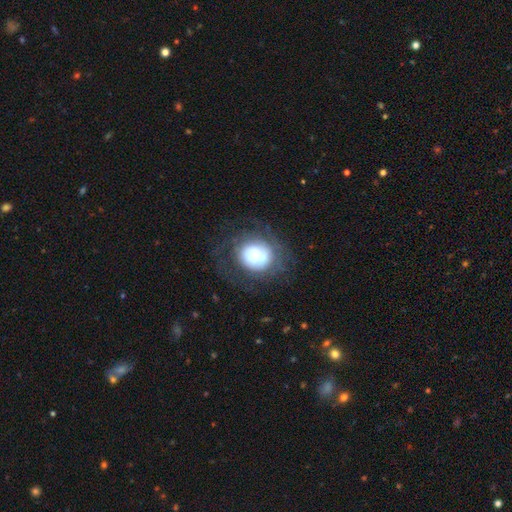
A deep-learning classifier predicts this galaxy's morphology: Q: Smooth or featured?
A: smooth (45%); runner-up: featured or disk (43%)
Q: Merging?
A: none (54%); runner-up: major disturbance (24%)